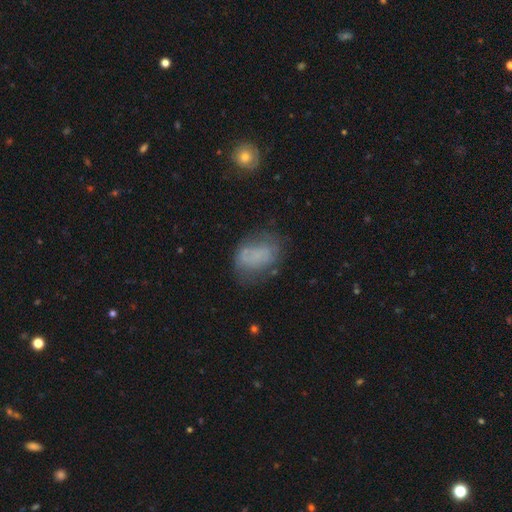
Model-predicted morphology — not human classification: This appears to be a smooth galaxy with no disk features (57%) that is in between round and cigar-shaped (80%). Merging: none (49%).